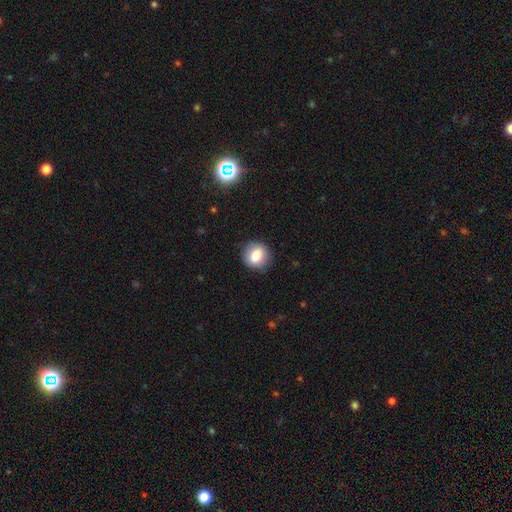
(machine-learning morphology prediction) type=smooth (82%); roundness=round (79%); merging=none (86%).